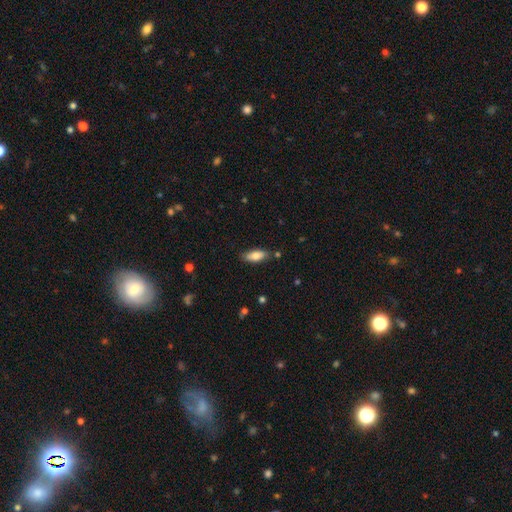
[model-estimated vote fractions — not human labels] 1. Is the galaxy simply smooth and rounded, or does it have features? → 78% smooth, 16% featured or disk, 7% star or artifact.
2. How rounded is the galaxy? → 76% in between, 22% cigar-shaped, 2% round.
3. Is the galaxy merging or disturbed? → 81% none, 14% minor disturbance, 3% merger, 3% major disturbance.